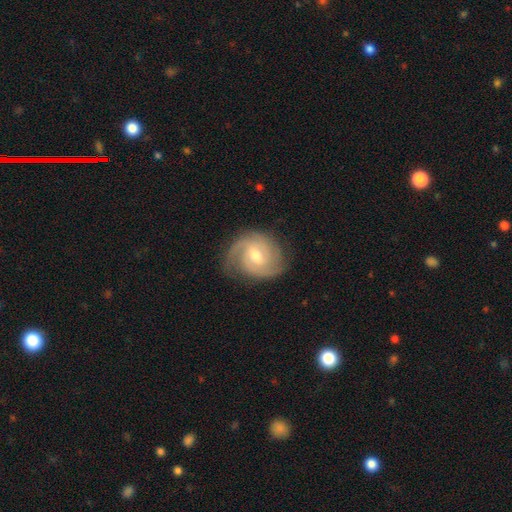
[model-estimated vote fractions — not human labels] Smooth or featured?
  - featured or disk: 83% *
  - smooth: 12%
  - star or artifact: 5%
Edge-on disk?
  - no: 97% *
  - yes: 3%
Bar?
  - weak: 54% *
  - no: 33%
  - strong: 13%
Spiral arms?
  - yes: 96% *
  - no: 4%
Spiral winding?
  - tight: 50% *
  - medium: 38%
  - loose: 11%
Spiral arm count?
  - 2: 49% *
  - 3: 22%
  - can't tell: 15%
  - 1: 6%
  - 4: 4%
  - more than 4: 3%
Bulge size?
  - moderate: 70% *
  - small: 25%
  - large: 4%
  - none: 1%
  - dominant: 1%
Merging?
  - none: 75% *
  - minor disturbance: 18%
  - major disturbance: 6%
  - merger: 1%